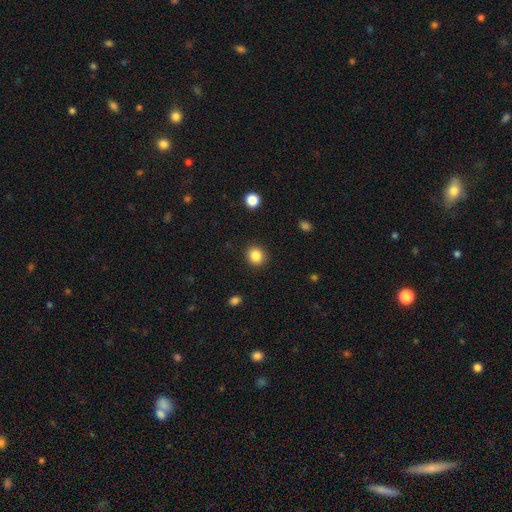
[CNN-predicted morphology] A smooth galaxy with no disk features (86%) that is round (85%). Merging: none (91%).